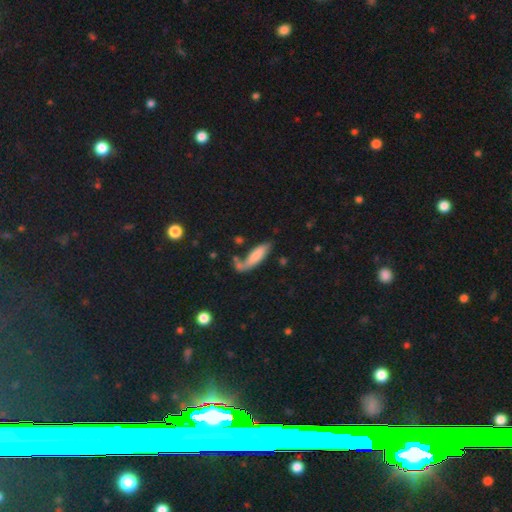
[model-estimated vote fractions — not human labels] Smooth or featured: smooth — 74% (featured or disk — 19%)
How rounded: cigar-shaped — 52% (in between — 45%)
Merging: none — 47% (minor disturbance — 21%)